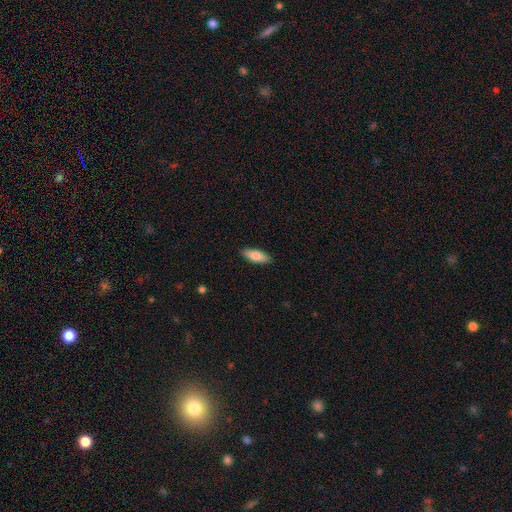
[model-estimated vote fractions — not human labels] Smooth or featured?
  - smooth: 79% *
  - featured or disk: 16%
  - star or artifact: 6%
How rounded?
  - in between: 70% *
  - cigar-shaped: 28%
  - round: 2%
Merging?
  - none: 89% *
  - minor disturbance: 8%
  - major disturbance: 2%
  - merger: 1%